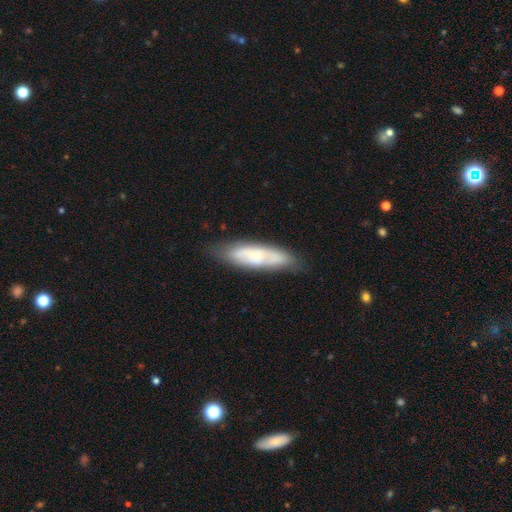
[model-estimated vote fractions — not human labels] A smooth galaxy with no disk features (51%) that is cigar-shaped (58%).

Vote fractions:
- Smooth or featured? smooth: 51% / featured or disk: 42% / star or artifact: 7%
- How rounded? cigar-shaped: 58% / in between: 40% / round: 2%
- Merging? none: 71% / minor disturbance: 20% / major disturbance: 5% / merger: 3%